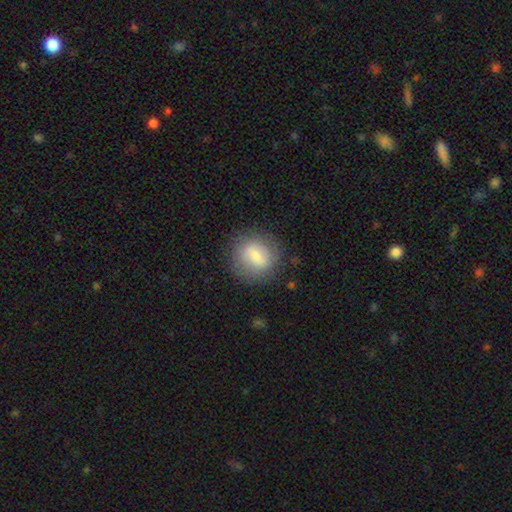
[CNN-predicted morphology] The model was most divided on "smooth or featured": smooth: 65%, featured or disk: 27%, star or artifact: 8%. More confident: how rounded — round (85%); merging — none (80%).